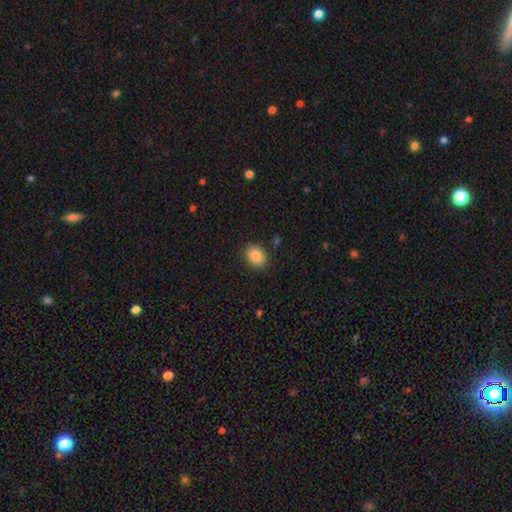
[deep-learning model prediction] A smooth galaxy with no disk features (86%) that is in between round and cigar-shaped (66%).

Vote fractions:
- Smooth or featured? smooth: 86% / star or artifact: 8% / featured or disk: 6%
- How rounded? in between: 66% / round: 34% / cigar-shaped: 1%
- Merging? none: 85% / minor disturbance: 11% / major disturbance: 3% / merger: 2%